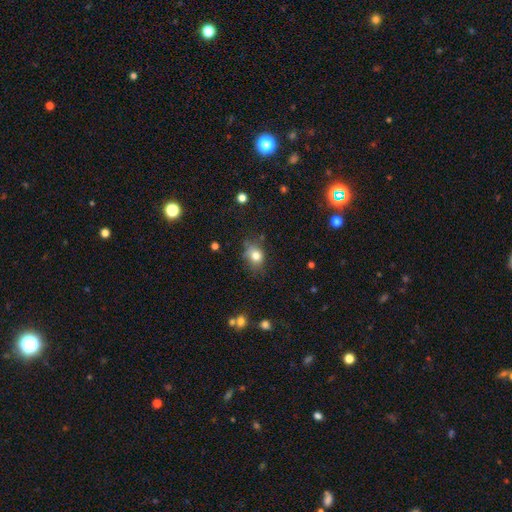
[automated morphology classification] Smooth or featured? Predicted: smooth (p=0.79). How rounded? Predicted: in between (p=0.51). Merging? Predicted: none (p=0.64).